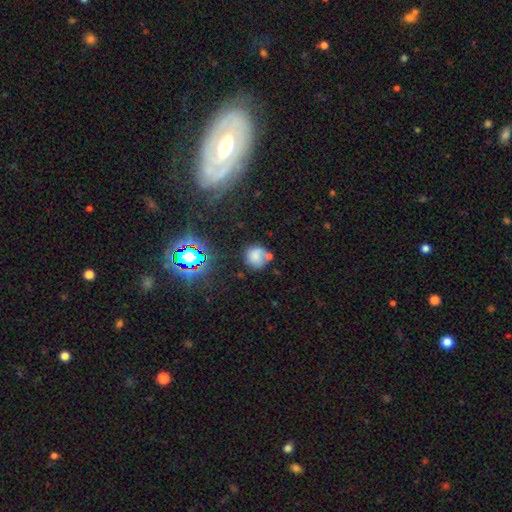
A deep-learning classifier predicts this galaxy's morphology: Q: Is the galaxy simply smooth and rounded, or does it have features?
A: smooth — 70%.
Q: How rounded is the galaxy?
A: round — 85%.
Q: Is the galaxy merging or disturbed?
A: none — 54%.